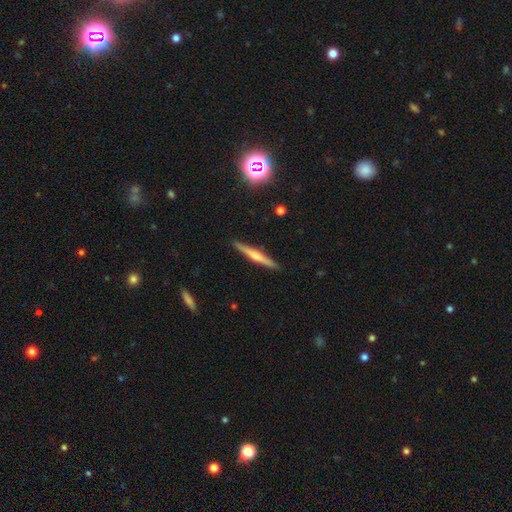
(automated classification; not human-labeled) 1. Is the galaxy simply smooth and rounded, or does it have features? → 56% featured or disk, 38% smooth, 6% star or artifact.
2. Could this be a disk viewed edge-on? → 97% yes, 3% no.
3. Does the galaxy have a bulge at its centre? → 69% rounded, 21% none, 11% boxy.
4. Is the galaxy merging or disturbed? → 91% none, 6% minor disturbance, 1% major disturbance, 1% merger.